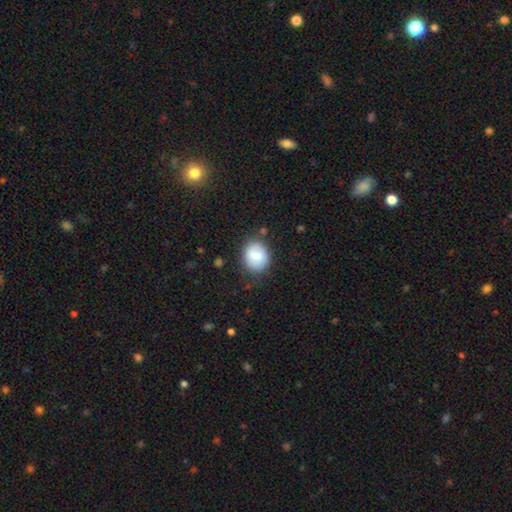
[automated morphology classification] Smooth or featured?
  - smooth: 81% *
  - featured or disk: 12%
  - star or artifact: 7%
How rounded?
  - round: 55% *
  - in between: 44%
  - cigar-shaped: 1%
Merging?
  - none: 75% *
  - minor disturbance: 17%
  - major disturbance: 5%
  - merger: 3%